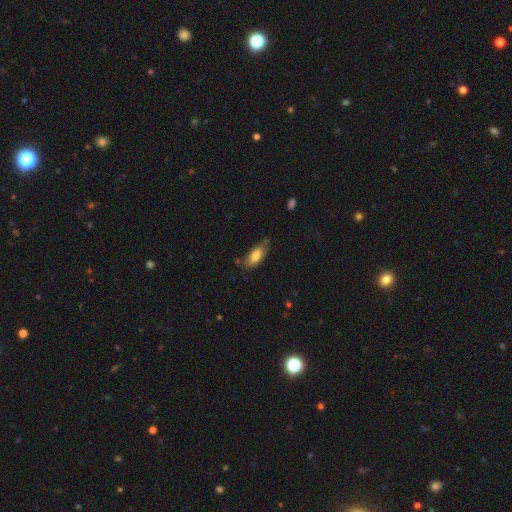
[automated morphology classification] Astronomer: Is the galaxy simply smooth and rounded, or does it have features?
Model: smooth — 78%.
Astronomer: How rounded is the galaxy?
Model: in between — 80%.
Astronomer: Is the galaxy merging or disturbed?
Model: none — 70%.